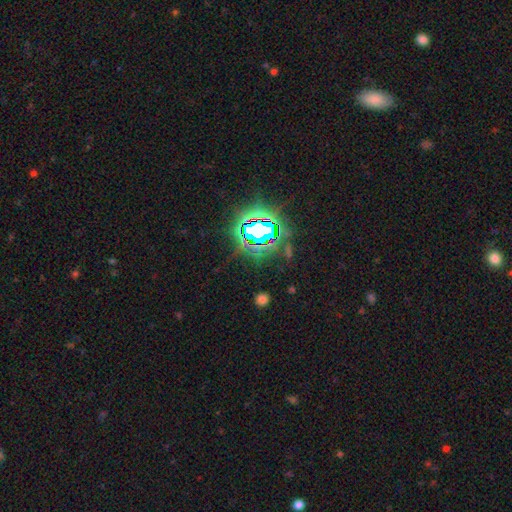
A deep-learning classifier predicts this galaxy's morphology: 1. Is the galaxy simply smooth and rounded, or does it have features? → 80% star or artifact, 12% smooth, 8% featured or disk.